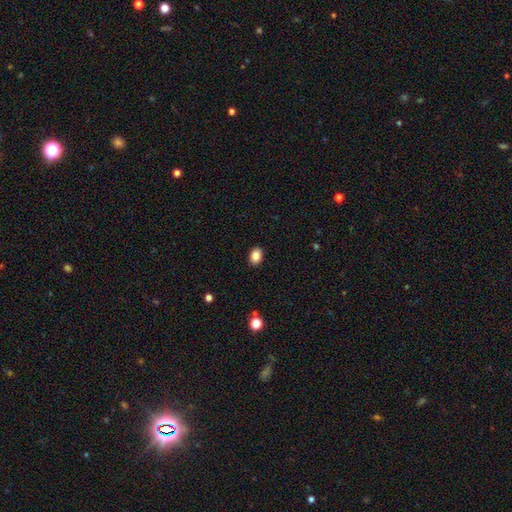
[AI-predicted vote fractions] The model was most divided on "how rounded": in between: 75%, round: 24%, cigar-shaped: 1%. More confident: merging — none (90%); smooth or featured — smooth (87%).